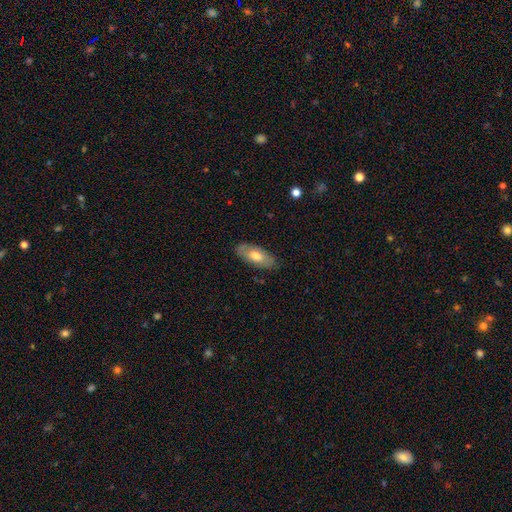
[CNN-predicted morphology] smooth_or_featured: smooth (p=0.64) [alt: featured or disk p=0.30]
how_rounded: in between (p=0.86) [alt: cigar-shaped p=0.11]
merging: none (p=0.80) [alt: minor disturbance p=0.15]